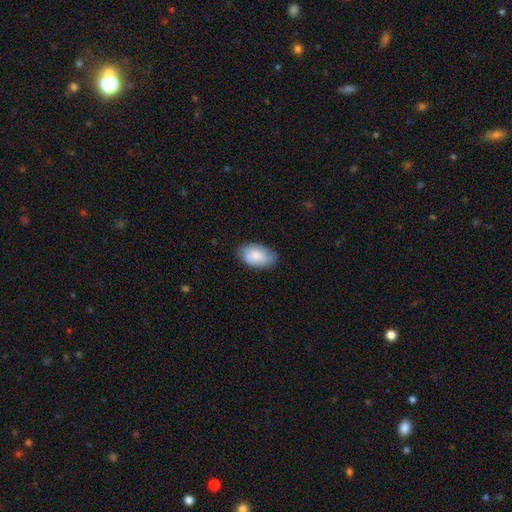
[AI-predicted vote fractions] A smooth galaxy with no disk features (84%) that is in between round and cigar-shaped (94%).

Vote fractions:
- Smooth or featured? smooth: 84% / featured or disk: 10% / star or artifact: 6%
- How rounded? in between: 94% / round: 4% / cigar-shaped: 2%
- Merging? none: 77% / minor disturbance: 19% / major disturbance: 3% / merger: 1%